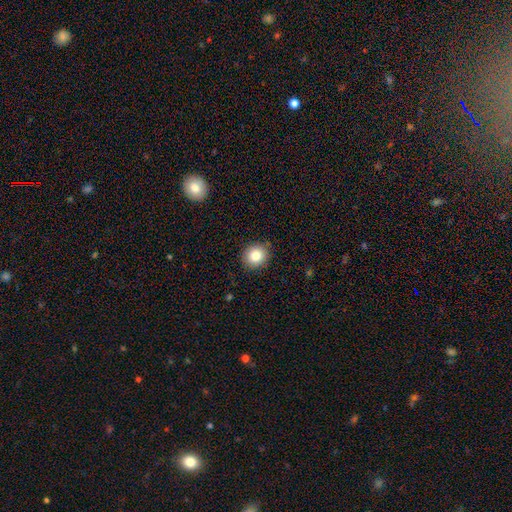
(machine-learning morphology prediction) smooth 83%, star or artifact 9%, featured or disk 7%. Down the decision tree: how rounded — round (82%); merging — none (88%).